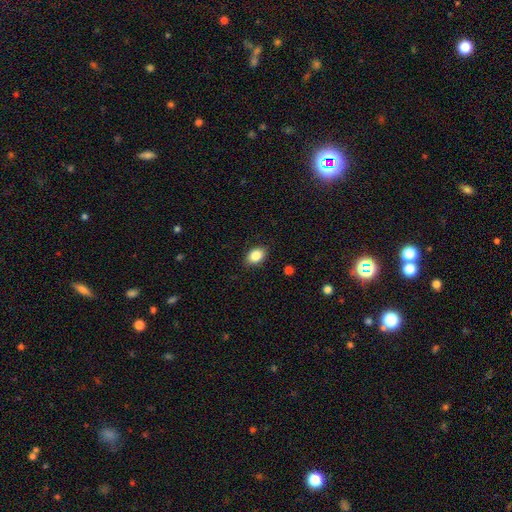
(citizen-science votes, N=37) Volunteers were most divided on "how rounded": in between: 68%, round: 28%, cigar-shaped: 4%. More confident: merging — none (94%); smooth or featured — smooth (68%).